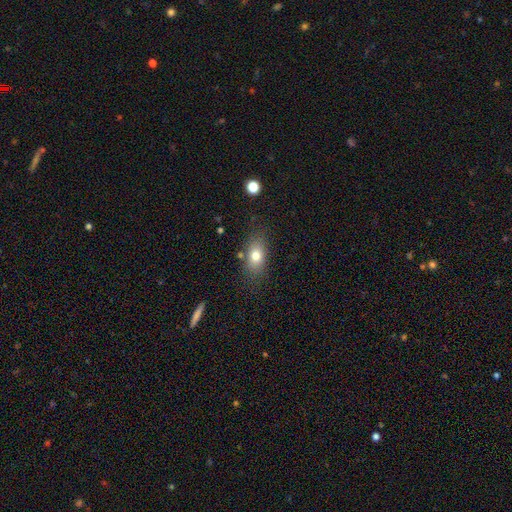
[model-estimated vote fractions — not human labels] Smooth or featured? Predicted: smooth (p=0.75). How rounded? Predicted: in between (p=0.79). Merging? Predicted: none (p=0.76).